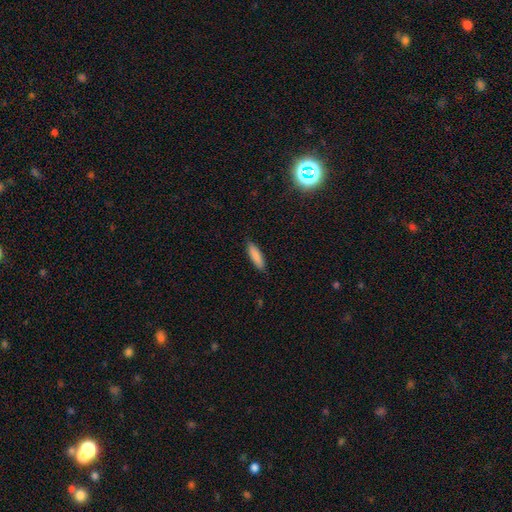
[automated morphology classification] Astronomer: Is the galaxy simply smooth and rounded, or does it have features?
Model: smooth — 86%.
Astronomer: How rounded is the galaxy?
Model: cigar-shaped — 59% (runner-up: in between, 39%).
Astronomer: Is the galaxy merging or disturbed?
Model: none — 88%.